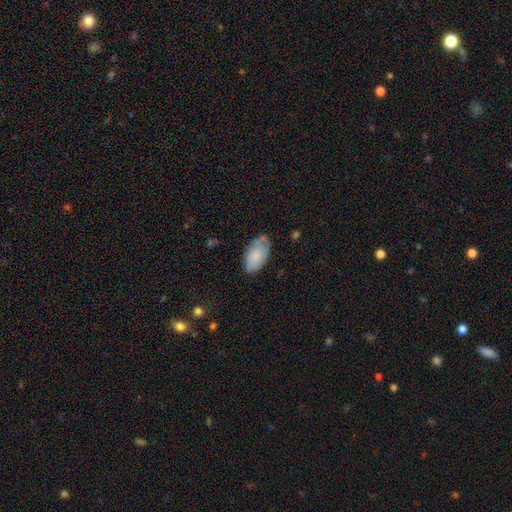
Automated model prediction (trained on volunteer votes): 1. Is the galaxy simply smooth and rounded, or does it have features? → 78% smooth, 16% featured or disk, 7% star or artifact.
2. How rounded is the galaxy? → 95% in between, 3% round, 2% cigar-shaped.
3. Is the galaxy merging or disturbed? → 66% none, 25% minor disturbance, 6% major disturbance, 3% merger.